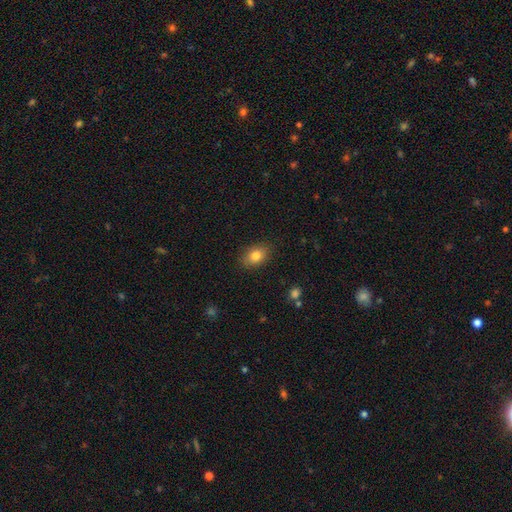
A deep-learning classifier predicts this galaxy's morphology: Smooth or featured? Predicted: smooth (p=0.81). How rounded? Predicted: in between (p=0.78). Merging? Predicted: none (p=0.86).